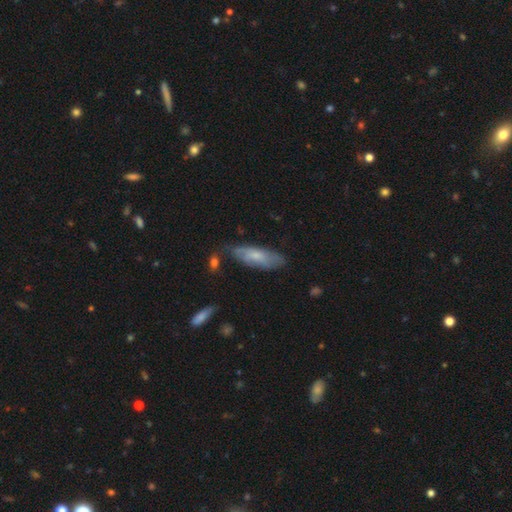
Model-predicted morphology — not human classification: Smooth or featured: smooth — 58% (featured or disk — 36%)
How rounded: in between — 63% (cigar-shaped — 35%)
Merging: none — 61% (minor disturbance — 27%)